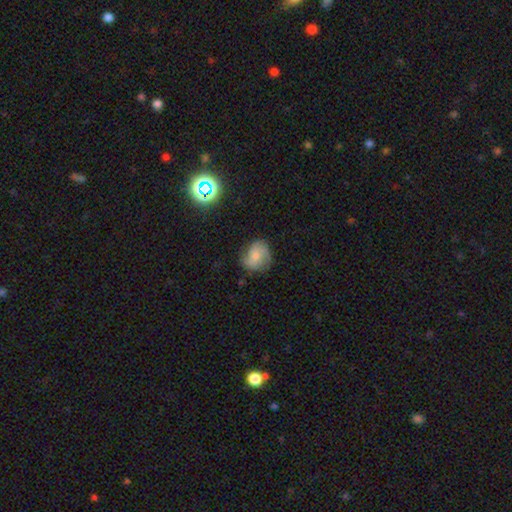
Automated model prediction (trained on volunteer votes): This appears to be a featured or disk galaxy (49%). Merging: none (70%).